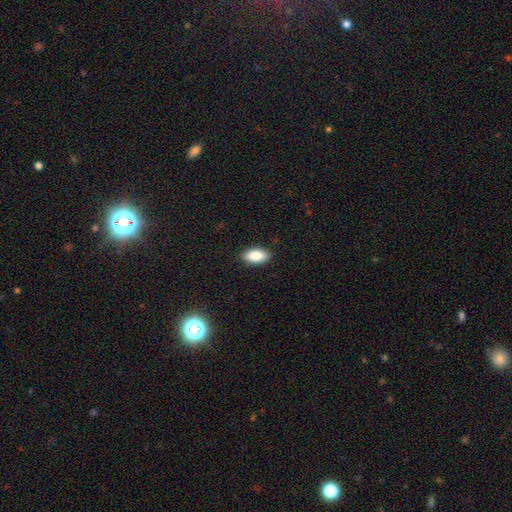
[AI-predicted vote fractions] smooth-or-featured: smooth: 88% | star or artifact: 7% | featured or disk: 5%
  how-rounded: in between: 93% | cigar-shaped: 4% | round: 3%
  merging: none: 89% | minor disturbance: 8% | major disturbance: 2% | merger: 1%